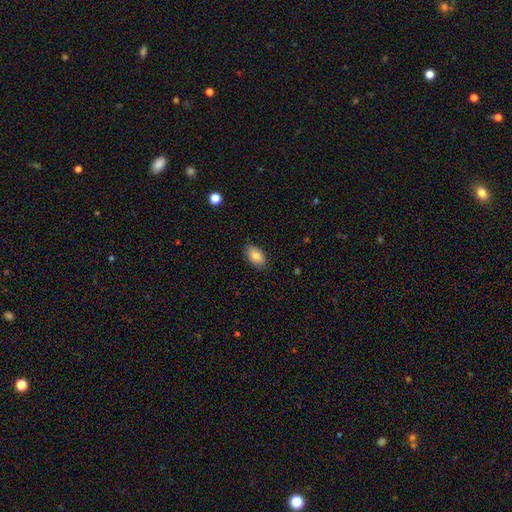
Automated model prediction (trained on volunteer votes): smooth 84%, featured or disk 9%, star or artifact 8%. Down the decision tree: how rounded — in between (92%); merging — none (87%).